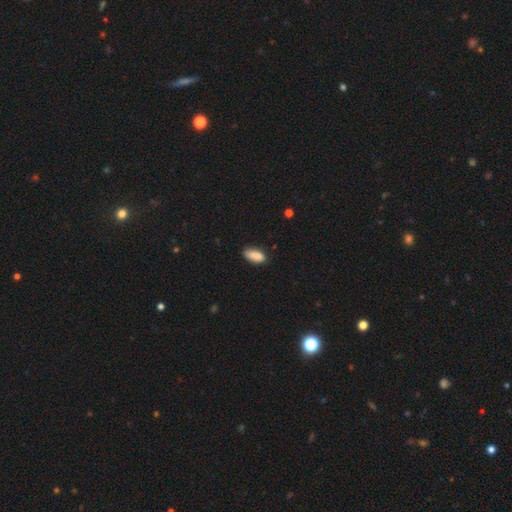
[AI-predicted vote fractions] smooth_or_featured: smooth (p=0.87) [alt: star or artifact p=0.07]
how_rounded: in between (p=0.84) [alt: cigar-shaped p=0.14]
merging: none (p=0.76) [alt: minor disturbance p=0.20]